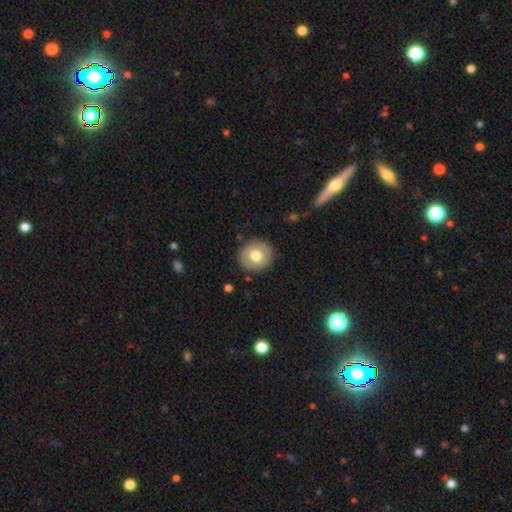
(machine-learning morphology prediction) The model was most divided on "smooth or featured": smooth: 70%, featured or disk: 22%, star or artifact: 8%. More confident: merging — none (89%); how rounded — round (85%).